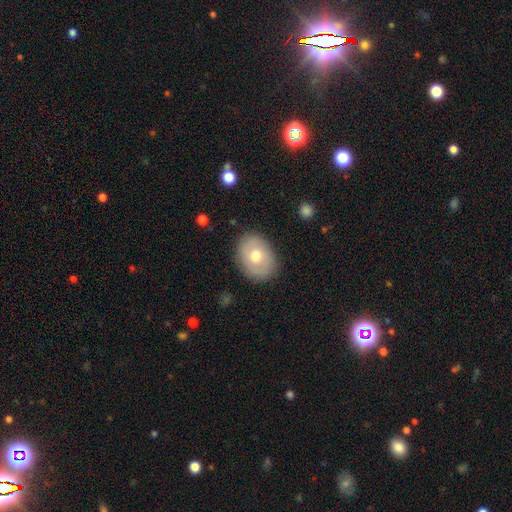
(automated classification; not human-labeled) Smooth or featured?
  - smooth: 60% *
  - featured or disk: 33%
  - star or artifact: 7%
How rounded?
  - in between: 63% *
  - round: 36%
  - cigar-shaped: 1%
Merging?
  - none: 84% *
  - minor disturbance: 11%
  - major disturbance: 3%
  - merger: 1%